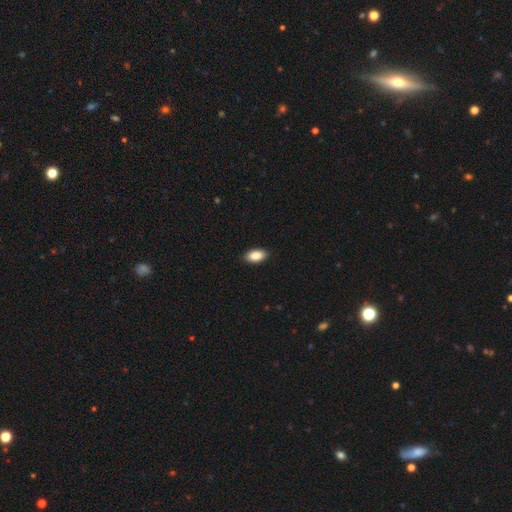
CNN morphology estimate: This appears to be a smooth galaxy with no disk features (89%) that is in between round and cigar-shaped (94%). Merging: none (89%).